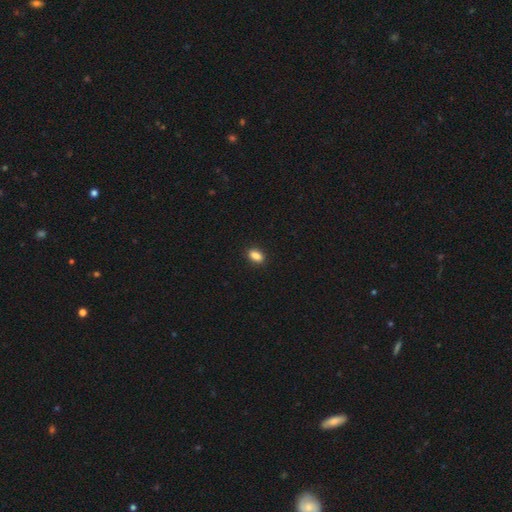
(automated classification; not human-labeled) This appears to be a smooth galaxy with no disk features (88%) that is in between round and cigar-shaped (87%). Merging: none (90%).